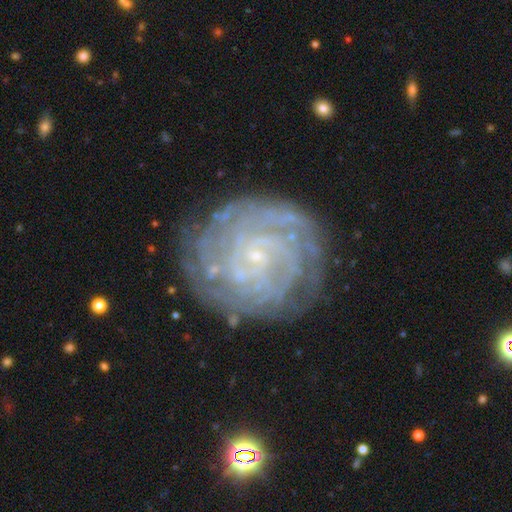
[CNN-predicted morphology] Smooth or featured? Predicted: featured or disk (p=0.85). Edge-on disk? Predicted: no (p=0.98). Bar? Predicted: no (p=0.69). Spiral arms? Predicted: yes (p=0.96). Spiral winding? Predicted: tight (p=0.83). Spiral arm count? Predicted: can't tell (p=0.31). Bulge size? Predicted: small (p=0.86). Merging? Predicted: none (p=0.79).